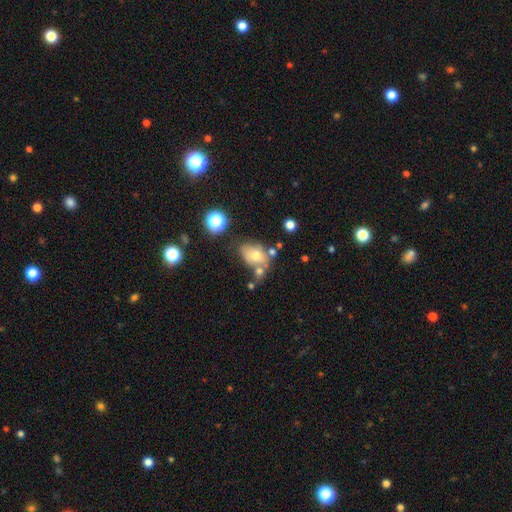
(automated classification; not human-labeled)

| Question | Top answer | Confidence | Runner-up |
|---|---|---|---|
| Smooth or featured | smooth | 64% | featured or disk (24%) |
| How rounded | in between | 72% | round (26%) |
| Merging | none | 37% | merger (32%) |